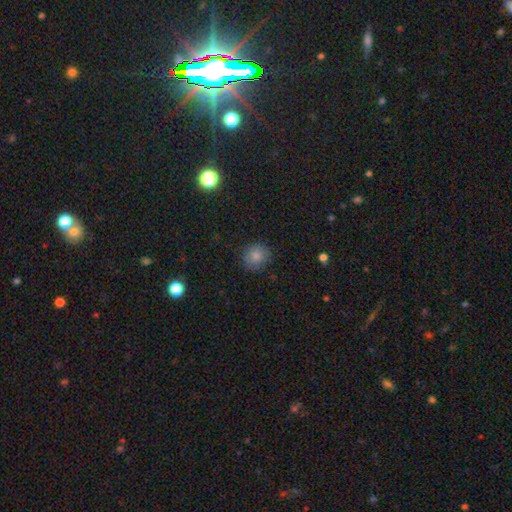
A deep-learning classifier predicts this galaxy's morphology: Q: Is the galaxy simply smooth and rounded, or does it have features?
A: smooth — 83%.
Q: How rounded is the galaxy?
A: round — 84%.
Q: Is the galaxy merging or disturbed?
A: none — 85%.